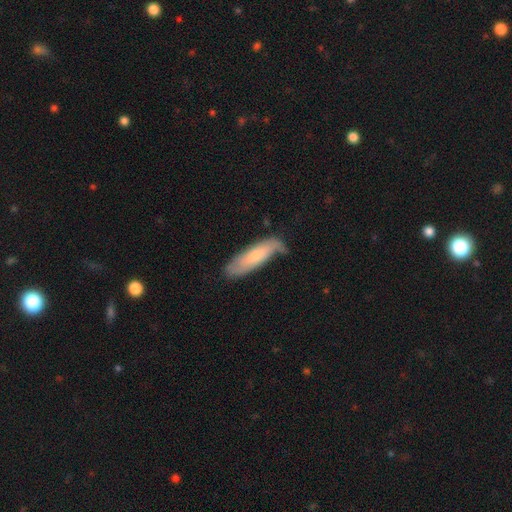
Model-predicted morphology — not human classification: smooth 55%, featured or disk 38%, star or artifact 6%. Down the decision tree: how rounded — cigar-shaped (56%); merging — none (58%).